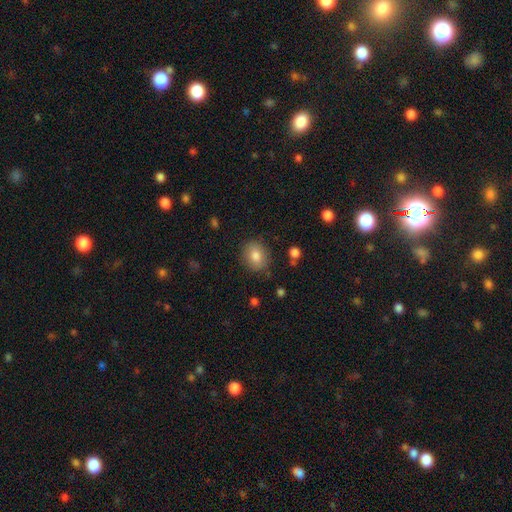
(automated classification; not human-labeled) smooth 81%, featured or disk 10%, star or artifact 9%. Down the decision tree: how rounded — round (63%); merging — none (85%).